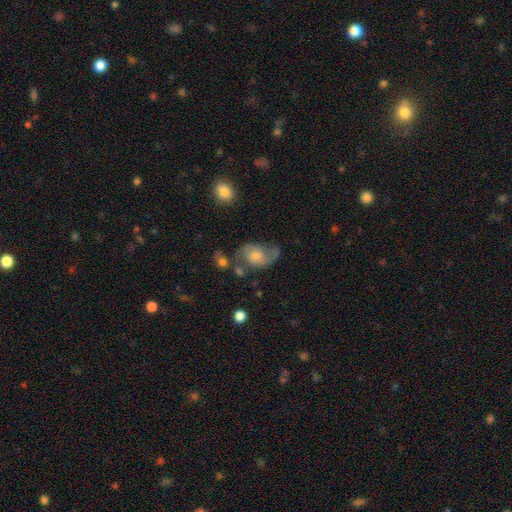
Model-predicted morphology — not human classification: type=featured or disk (69%); edge-on=no (97%); bar=no (70%); spiral arms=yes (90%); winding=medium (46%); arm count=2 (80%); bulge=moderate (49%); merging=none (53%).